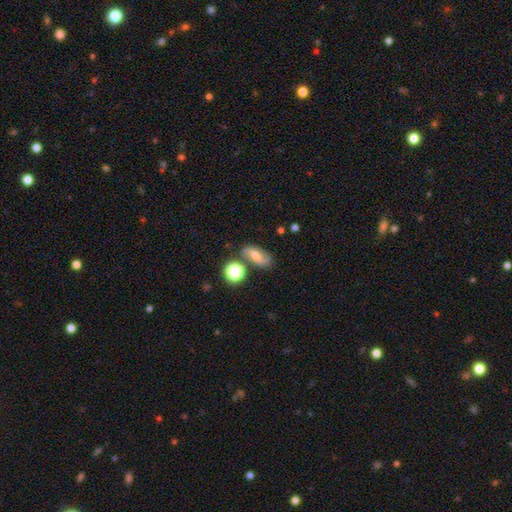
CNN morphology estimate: The model was most divided on "smooth or featured": featured or disk: 52%, smooth: 36%, star or artifact: 13%. More confident: edge-on disk — no (93%); merging — none (67%).